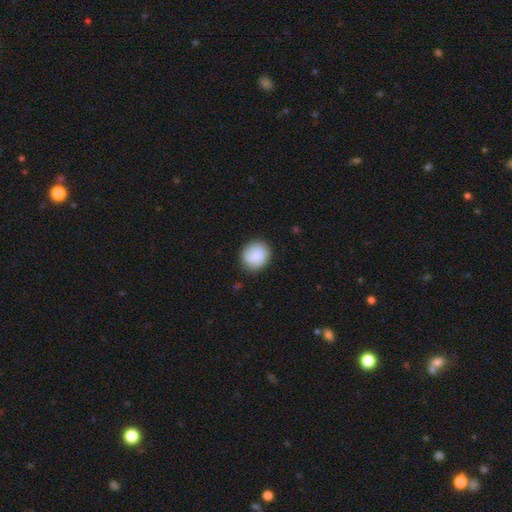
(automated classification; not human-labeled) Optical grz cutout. It shows a smooth galaxy with no disk features (85%) that is round (82%). Merging: none (82%).